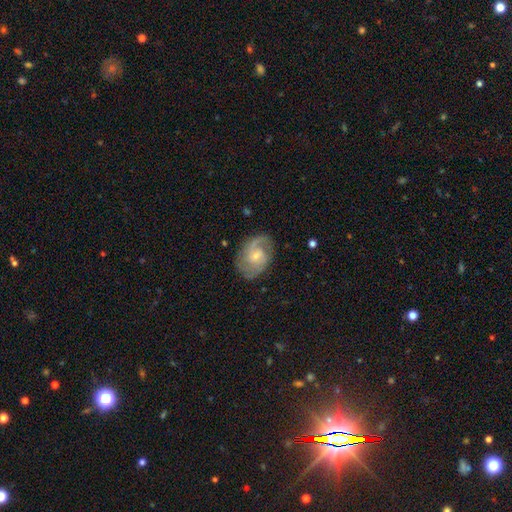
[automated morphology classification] smooth_or_featured: featured or disk (p=0.77) [alt: smooth p=0.16]
disk_edge_on: no (p=0.97) [alt: yes p=0.03]
bar: no (p=0.57) [alt: weak p=0.38]
has_spiral_arms: yes (p=0.94) [alt: no p=0.06]
spiral_winding: medium (p=0.47) [alt: tight p=0.36]
spiral_arm_count: 2 (p=0.75) [alt: can't tell p=0.11]
bulge_size: small (p=0.53) [alt: moderate p=0.40]
merging: none (p=0.78) [alt: minor disturbance p=0.15]